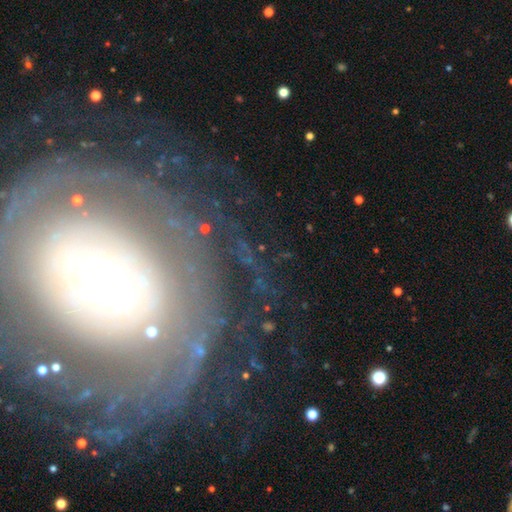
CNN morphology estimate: A featured or disk galaxy (72%) with no bar (58%), spiral arms (67%) and a moderate central bulge (48%). Merging: none (71%).